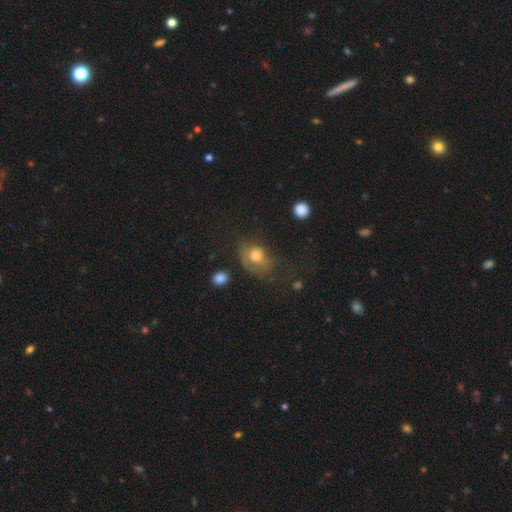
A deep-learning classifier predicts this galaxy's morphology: A smooth galaxy with no disk features (70%) that is in between round and cigar-shaped (58%).

Vote fractions:
- Smooth or featured? smooth: 70% / featured or disk: 18% / star or artifact: 11%
- How rounded? in between: 58% / round: 41% / cigar-shaped: 1%
- Merging? none: 40% / major disturbance: 29% / minor disturbance: 28% / merger: 3%